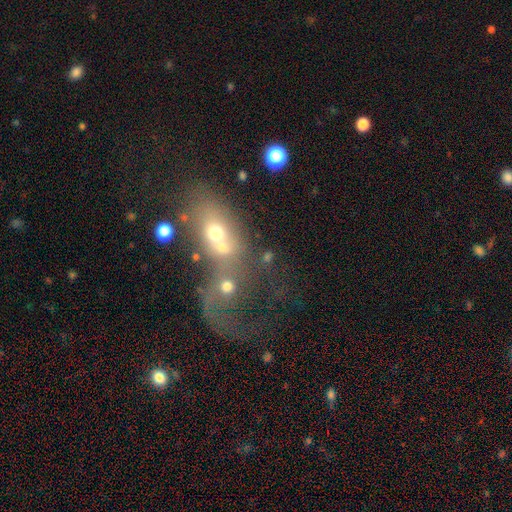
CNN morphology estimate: Smooth or featured? featured or disk (47%)
Merging? merger (68%)